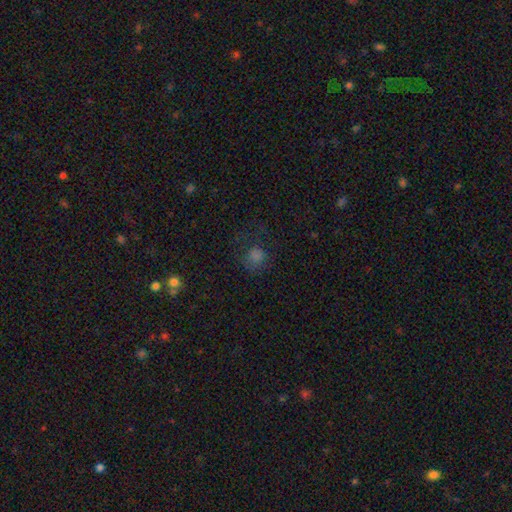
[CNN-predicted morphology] smooth-or-featured: smooth: 65% | star or artifact: 24% | featured or disk: 10%
  how-rounded: round: 84% | in between: 15% | cigar-shaped: 1%
  merging: none: 64% | minor disturbance: 18% | major disturbance: 16% | merger: 3%